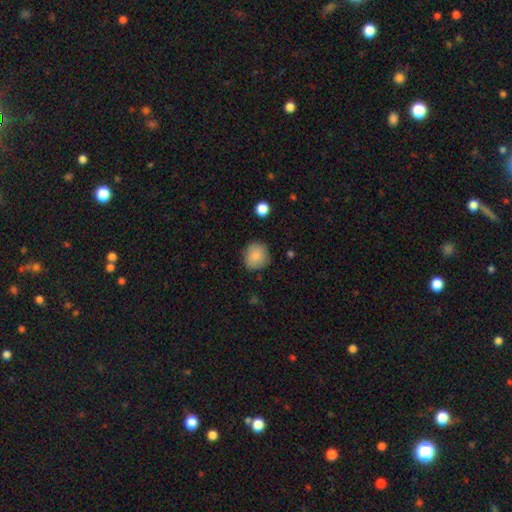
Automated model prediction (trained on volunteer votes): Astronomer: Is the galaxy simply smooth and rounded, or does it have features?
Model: smooth — 86%.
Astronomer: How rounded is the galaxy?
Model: round — 82%.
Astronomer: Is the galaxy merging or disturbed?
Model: none — 83%.